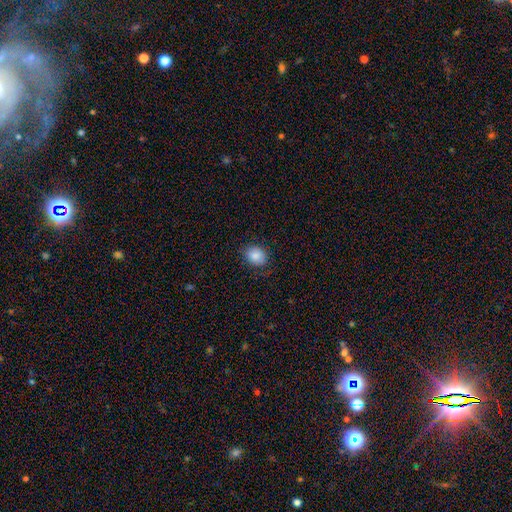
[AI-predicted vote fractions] smooth 86%, star or artifact 8%, featured or disk 6%. Down the decision tree: how rounded — round (50%); merging — none (81%).